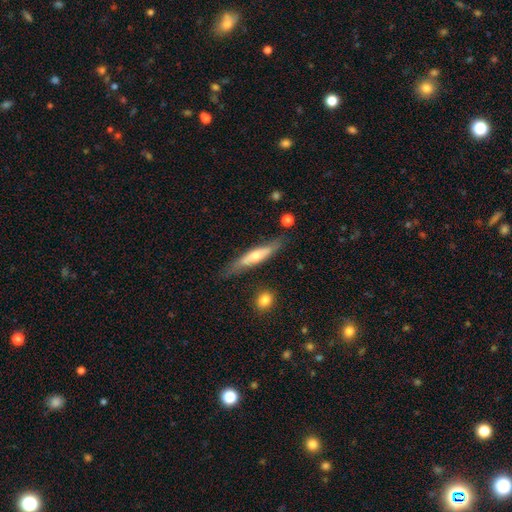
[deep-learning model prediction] featured or disk 50%, smooth 45%, star or artifact 6%. Down the decision tree: merging — none (75%).